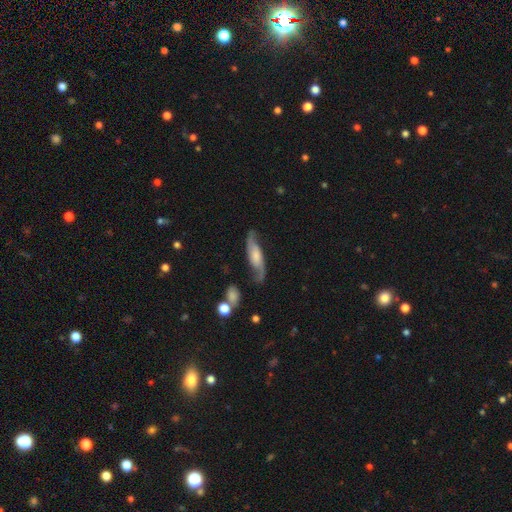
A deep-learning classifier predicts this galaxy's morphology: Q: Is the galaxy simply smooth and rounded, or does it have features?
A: featured or disk — 71%.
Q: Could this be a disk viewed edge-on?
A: no — 80%.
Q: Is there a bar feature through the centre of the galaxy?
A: no — 54%.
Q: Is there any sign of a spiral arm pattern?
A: yes — 94%.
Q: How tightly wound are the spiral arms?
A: loose — 63%.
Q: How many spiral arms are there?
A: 2 — 90%.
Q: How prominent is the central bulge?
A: moderate — 34%.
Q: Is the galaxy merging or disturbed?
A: none — 72%.